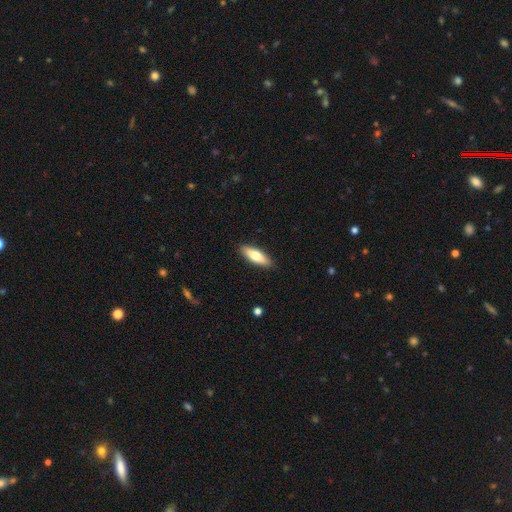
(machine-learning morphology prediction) Smooth or featured? smooth (71%)
How rounded? in between (56%)
Merging? none (89%)